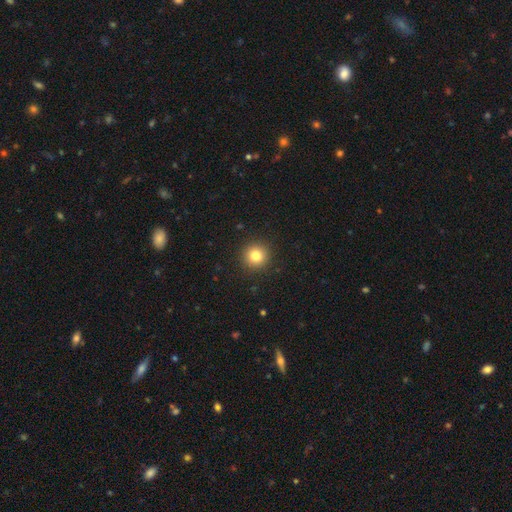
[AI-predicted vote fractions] Overall: smooth (82%). How rounded: round (94%). Merging: none (92%).